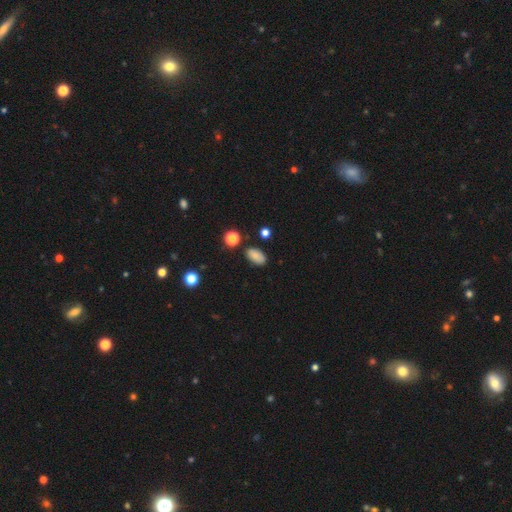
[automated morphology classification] smooth_or_featured: smooth (p=0.84) [alt: star or artifact p=0.11]
how_rounded: in between (p=0.92) [alt: round p=0.06]
merging: none (p=0.83) [alt: minor disturbance p=0.12]